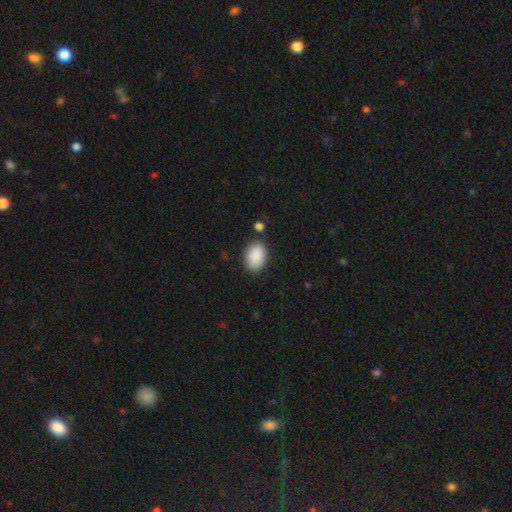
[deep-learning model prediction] This is clearly a smooth galaxy (90%). How rounded: clearly in between (88%). Merging: clearly none (84%).